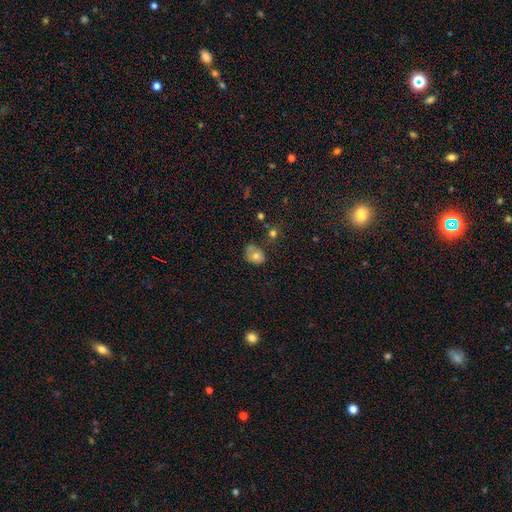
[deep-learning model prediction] A smooth galaxy with no disk features (70%) that is in between round and cigar-shaped (56%).

Vote fractions:
- Smooth or featured? smooth: 70% / featured or disk: 20% / star or artifact: 11%
- How rounded? in between: 56% / round: 43% / cigar-shaped: 1%
- Merging? none: 39% / minor disturbance: 30% / merger: 16% / major disturbance: 14%